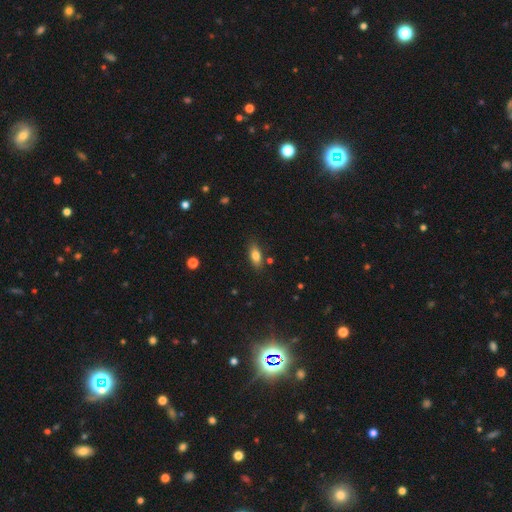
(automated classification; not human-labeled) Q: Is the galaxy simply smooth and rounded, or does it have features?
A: smooth — 79%.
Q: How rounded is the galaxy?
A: in between — 84%.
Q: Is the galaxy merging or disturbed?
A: none — 81%.